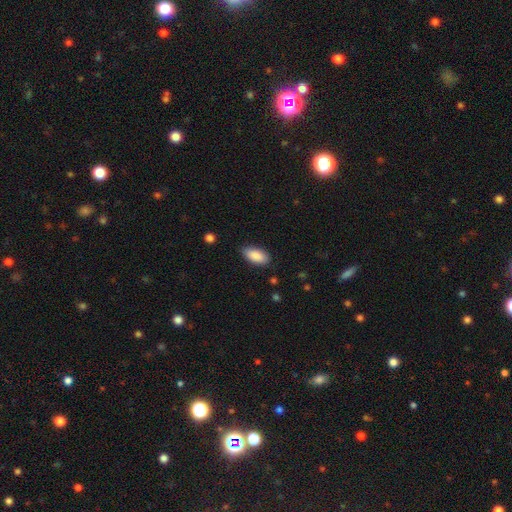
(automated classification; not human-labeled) Q: Smooth or featured?
A: smooth (89%); runner-up: star or artifact (6%)
Q: How rounded?
A: in between (92%); runner-up: cigar-shaped (6%)
Q: Merging?
A: none (85%); runner-up: minor disturbance (12%)